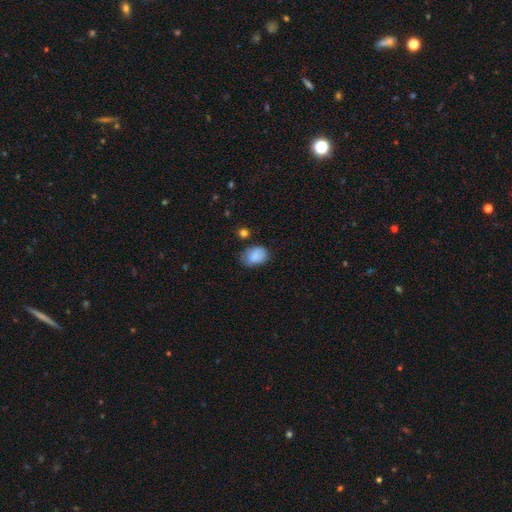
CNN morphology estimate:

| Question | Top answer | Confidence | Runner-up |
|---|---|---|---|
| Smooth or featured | smooth | 84% | star or artifact (8%) |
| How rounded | in between | 72% | round (27%) |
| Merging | none | 60% | minor disturbance (29%) |